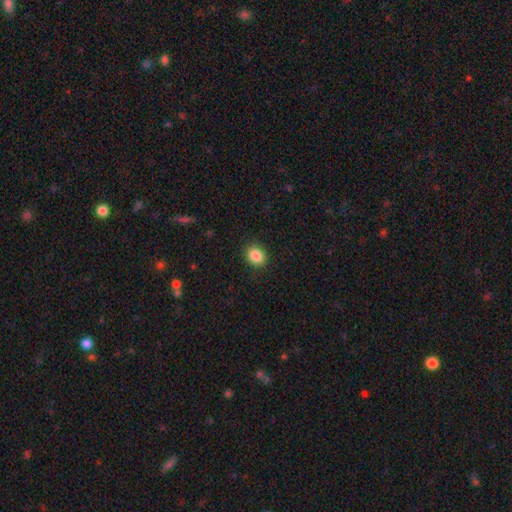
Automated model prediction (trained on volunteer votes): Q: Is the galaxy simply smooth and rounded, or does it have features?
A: smooth — 87%.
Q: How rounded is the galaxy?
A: round — 54%.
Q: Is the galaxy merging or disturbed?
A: none — 90%.